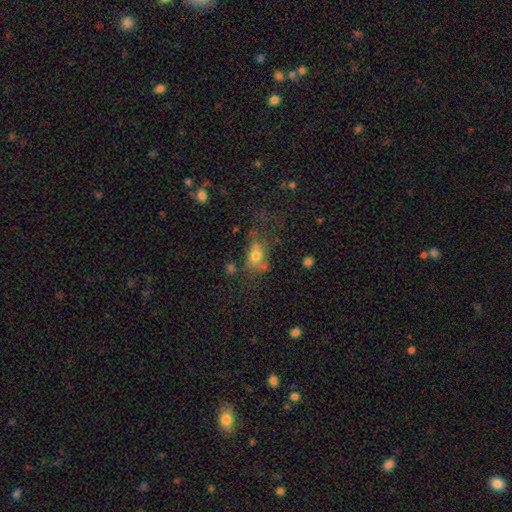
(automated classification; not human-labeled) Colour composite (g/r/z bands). It shows a smooth galaxy with no disk features (71%) that is in between round and cigar-shaped (61%). Merging: none (46%).